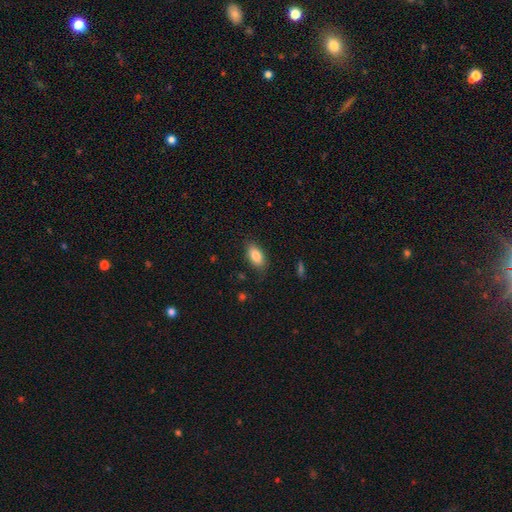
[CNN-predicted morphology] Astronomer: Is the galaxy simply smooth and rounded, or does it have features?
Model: smooth — 84%.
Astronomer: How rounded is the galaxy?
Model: in between — 91%.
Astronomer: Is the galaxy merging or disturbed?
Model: none — 82%.